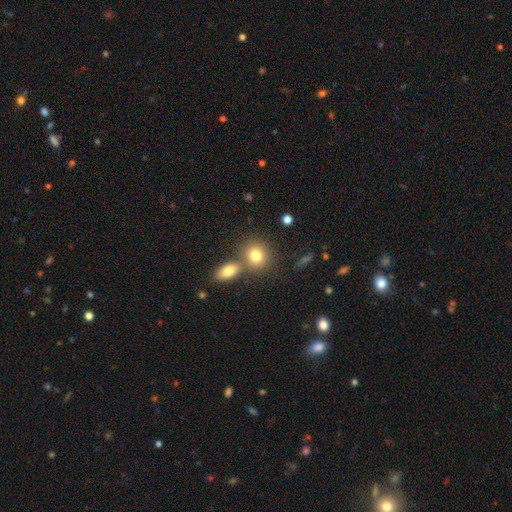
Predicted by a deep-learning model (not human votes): smooth-or-featured: smooth: 78% | featured or disk: 11% | star or artifact: 11%
  how-rounded: round: 74% | in between: 24% | cigar-shaped: 1%
  merging: none: 59% | merger: 28% | minor disturbance: 9% | major disturbance: 3%